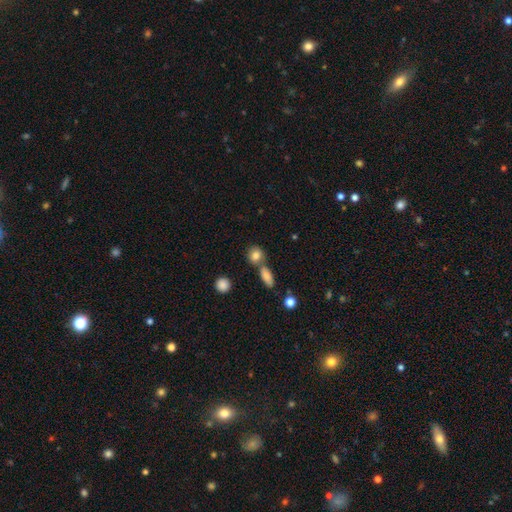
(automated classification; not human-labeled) Morphology: type=smooth (82%); roundness=round (67%); merging=none (60%).